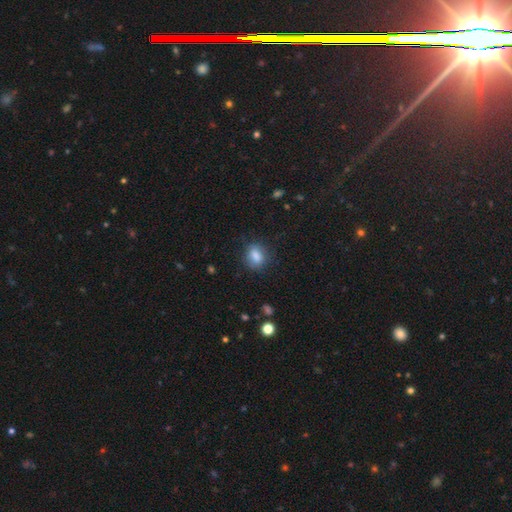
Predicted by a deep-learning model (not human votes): This is clearly a smooth galaxy (83%). How rounded: likely in between (60%). Merging: likely none (78%).